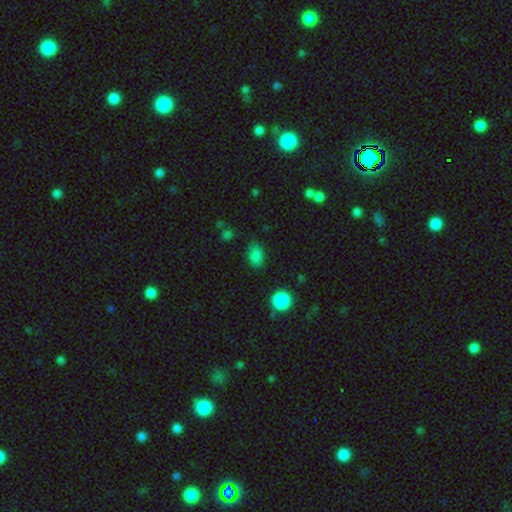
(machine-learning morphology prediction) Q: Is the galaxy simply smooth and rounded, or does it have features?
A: smooth — 84%.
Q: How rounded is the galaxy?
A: in between — 84%.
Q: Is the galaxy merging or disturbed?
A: none — 79%.